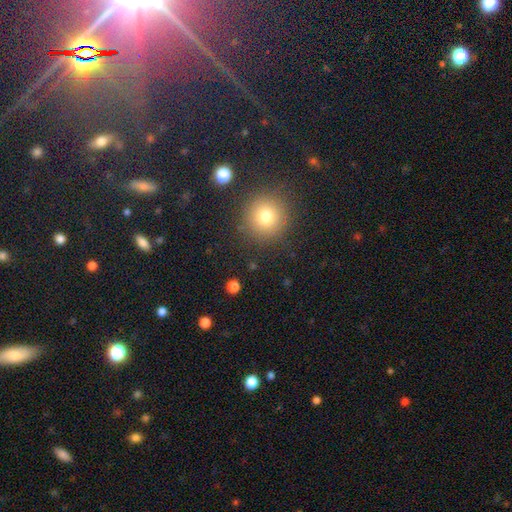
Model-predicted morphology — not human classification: Smooth or featured? Predicted: smooth (p=0.60). How rounded? Predicted: round (p=0.94). Merging? Predicted: none (p=0.91).